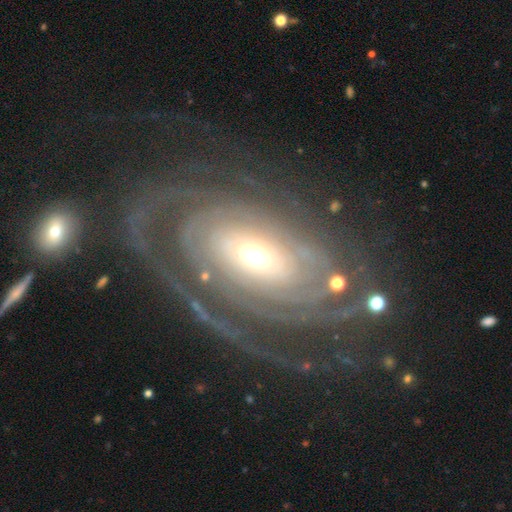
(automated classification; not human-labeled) smooth-or-featured: featured or disk: 88% | smooth: 7% | star or artifact: 5%
  disk-edge-on: no: 95% | yes: 5%
    bar: no: 64% | weak: 22% | strong: 14%
    has-spiral-arms: yes: 95% | no: 5%
      spiral-winding: tight: 75% | medium: 19% | loose: 6%
      spiral-arm-count: can't tell: 32% | 2: 22% | 3: 16% | 4: 12% | more than 4: 10% | 1: 8%
    bulge-size: moderate: 58% | small: 28% | large: 11% | dominant: 2% | none: 1%
  merging: none: 67% | minor disturbance: 16% | major disturbance: 15% | merger: 2%